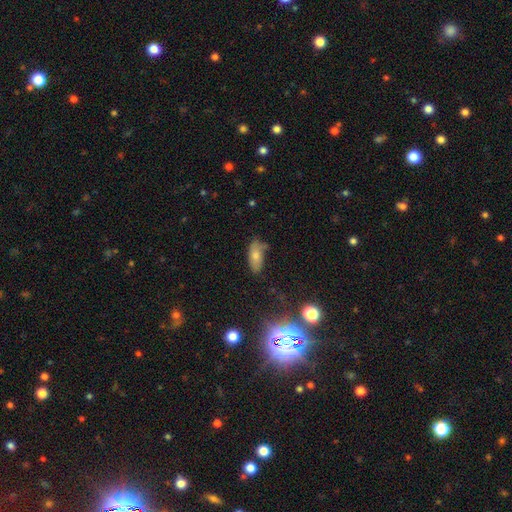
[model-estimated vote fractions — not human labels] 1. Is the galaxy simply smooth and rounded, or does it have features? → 72% smooth, 16% featured or disk, 12% star or artifact.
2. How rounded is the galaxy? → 85% in between, 12% cigar-shaped, 3% round.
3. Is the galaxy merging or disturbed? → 60% none, 27% minor disturbance, 8% major disturbance, 5% merger.